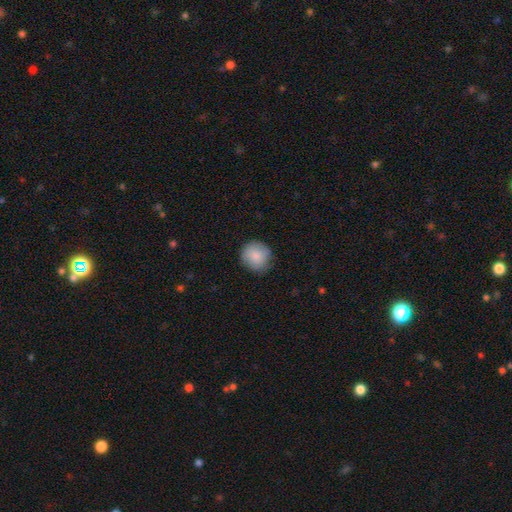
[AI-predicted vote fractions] A smooth galaxy with no disk features (85%) that is round (88%).

Vote fractions:
- Smooth or featured? smooth: 85% / featured or disk: 8% / star or artifact: 7%
- How rounded? round: 88% / in between: 11% / cigar-shaped: 1%
- Merging? none: 83% / minor disturbance: 13% / major disturbance: 3% / merger: 1%